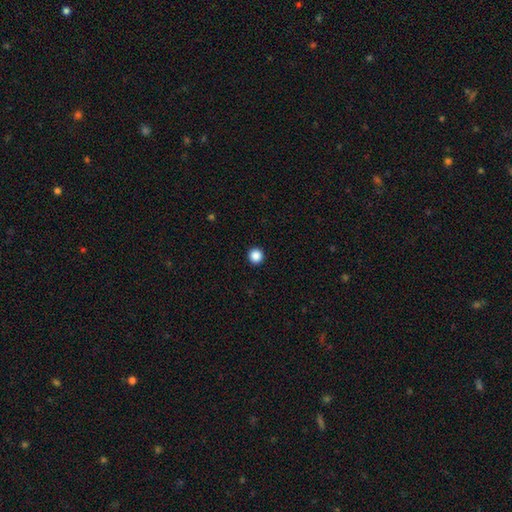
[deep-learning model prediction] Morphology: type=smooth (88%); roundness=round (96%); merging=none (94%).